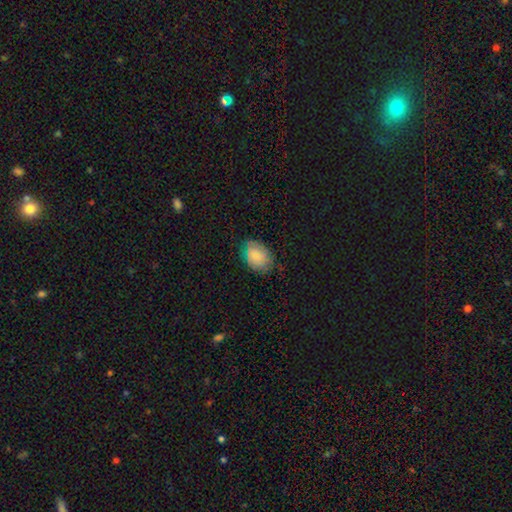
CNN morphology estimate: The model was most divided on "merging": none: 71%, minor disturbance: 23%, major disturbance: 5%, merger: 1%. More confident: smooth or featured — smooth (77%); how rounded — in between (76%).